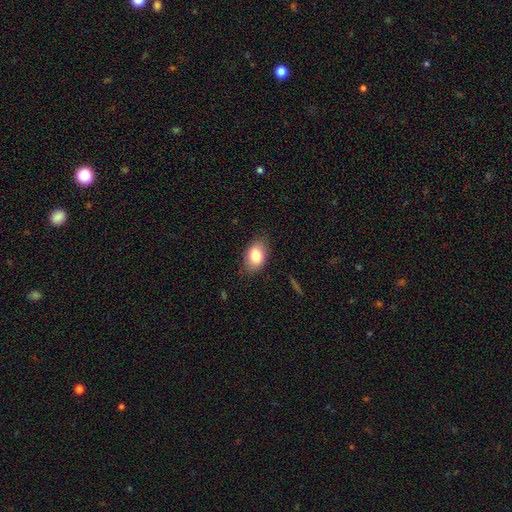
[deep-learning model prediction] smooth-or-featured: smooth: 80% | featured or disk: 12% | star or artifact: 8%
  how-rounded: in between: 87% | round: 12% | cigar-shaped: 1%
  merging: none: 81% | minor disturbance: 15% | major disturbance: 3% | merger: 1%